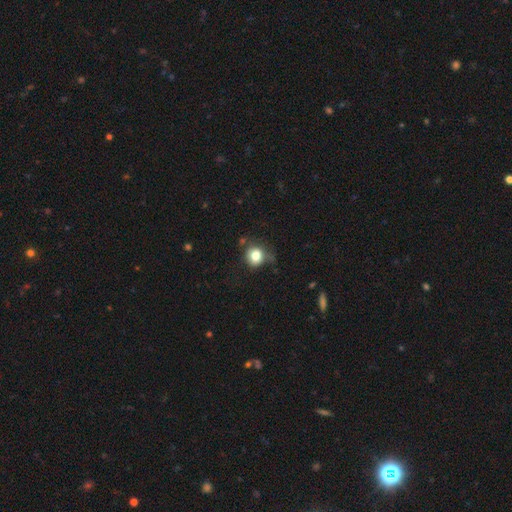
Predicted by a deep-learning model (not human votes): Smooth or featured? Predicted: smooth (p=0.79). How rounded? Predicted: round (p=0.83). Merging? Predicted: none (p=0.64).